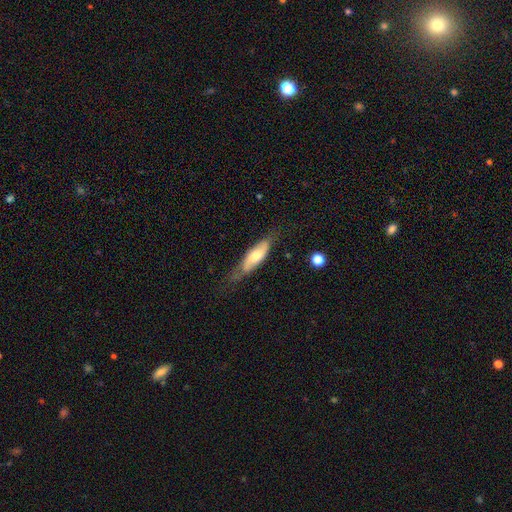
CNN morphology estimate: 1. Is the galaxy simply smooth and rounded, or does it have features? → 52% smooth, 42% featured or disk, 6% star or artifact.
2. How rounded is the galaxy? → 55% in between, 43% cigar-shaped, 2% round.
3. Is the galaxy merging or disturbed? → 56% none, 30% minor disturbance, 11% major disturbance, 2% merger.